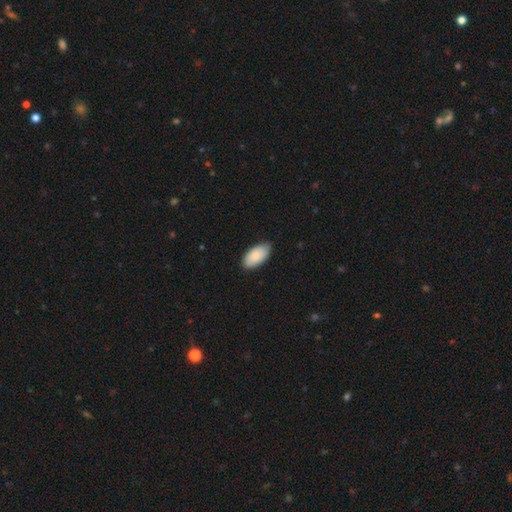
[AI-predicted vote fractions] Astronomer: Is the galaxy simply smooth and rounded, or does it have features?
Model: smooth — 85%.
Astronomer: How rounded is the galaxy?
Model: in between — 95%.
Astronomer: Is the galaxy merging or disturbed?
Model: none — 81%.